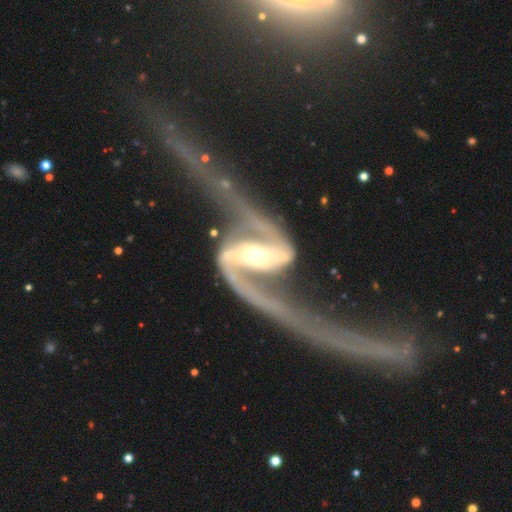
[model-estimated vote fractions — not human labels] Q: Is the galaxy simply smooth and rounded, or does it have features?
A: featured or disk — 93%.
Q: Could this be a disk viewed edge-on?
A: no — 94%.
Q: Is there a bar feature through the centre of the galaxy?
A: strong — 59%.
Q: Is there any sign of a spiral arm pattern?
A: yes — 97%.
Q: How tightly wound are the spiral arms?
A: loose — 77%.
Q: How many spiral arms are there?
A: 2 — 94%.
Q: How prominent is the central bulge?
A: moderate — 70%.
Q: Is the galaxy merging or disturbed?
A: major disturbance — 38%.